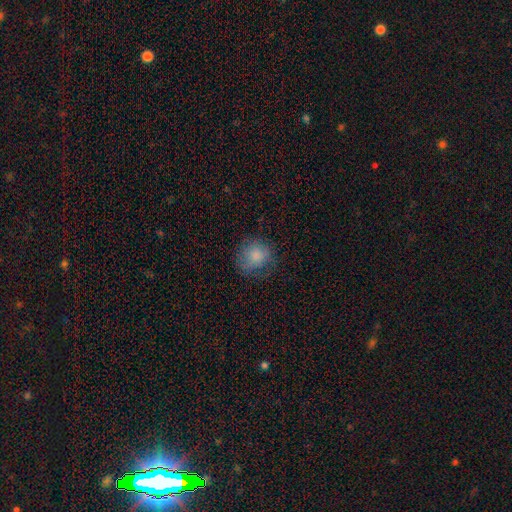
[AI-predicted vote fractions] Morphology: type=smooth (80%); roundness=round (82%); merging=none (68%).